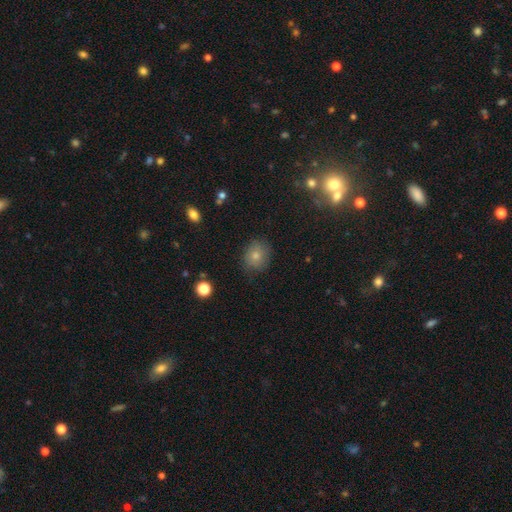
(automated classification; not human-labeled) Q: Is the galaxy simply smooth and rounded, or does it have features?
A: smooth — 78%.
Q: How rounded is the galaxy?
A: round — 69%.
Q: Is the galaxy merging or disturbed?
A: none — 78%.